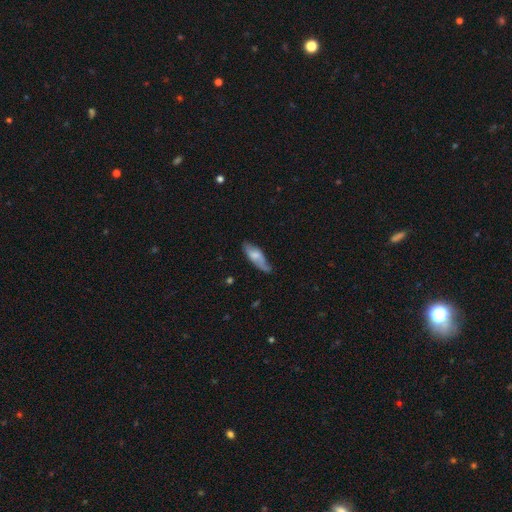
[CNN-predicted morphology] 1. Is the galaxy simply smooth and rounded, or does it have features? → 63% smooth, 31% featured or disk, 6% star or artifact.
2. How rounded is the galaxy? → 62% in between, 36% cigar-shaped, 2% round.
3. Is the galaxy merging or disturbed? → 59% none, 31% minor disturbance, 8% major disturbance, 2% merger.